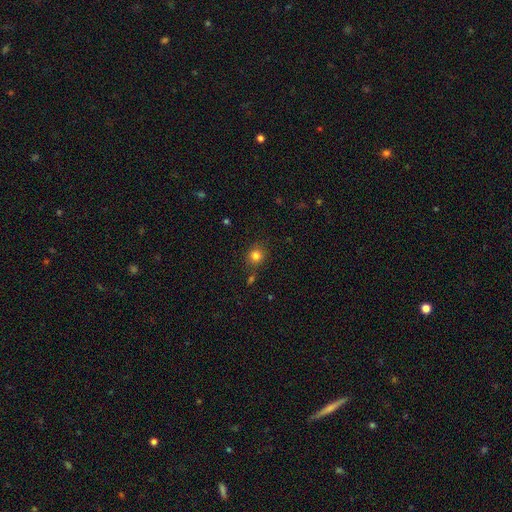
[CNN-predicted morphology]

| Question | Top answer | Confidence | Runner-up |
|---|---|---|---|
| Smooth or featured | smooth | 81% | star or artifact (13%) |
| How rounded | round | 85% | in between (14%) |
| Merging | none | 82% | minor disturbance (10%) |